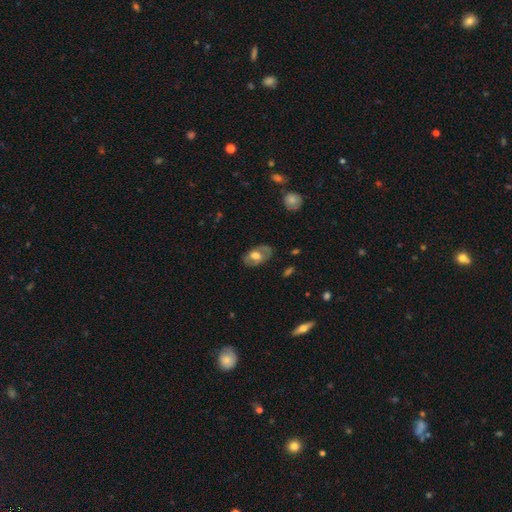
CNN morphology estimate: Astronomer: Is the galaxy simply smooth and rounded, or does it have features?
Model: smooth — 48% (runner-up: featured or disk, 46%).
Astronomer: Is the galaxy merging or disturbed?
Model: none — 75%.